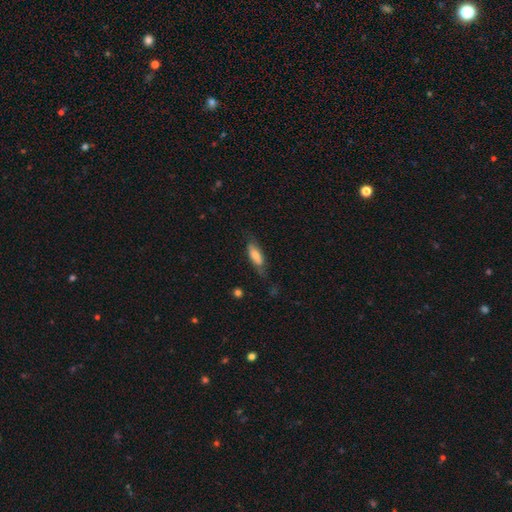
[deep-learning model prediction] Overall: smooth (67%). How rounded: in between (62%; cigar-shaped 36%). Merging: none (60%; minor disturbance 27%).